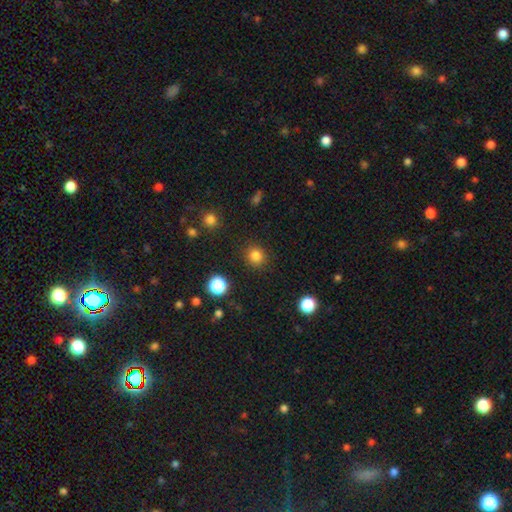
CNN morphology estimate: Overall: smooth (82%). How rounded: round (89%). Merging: none (89%).